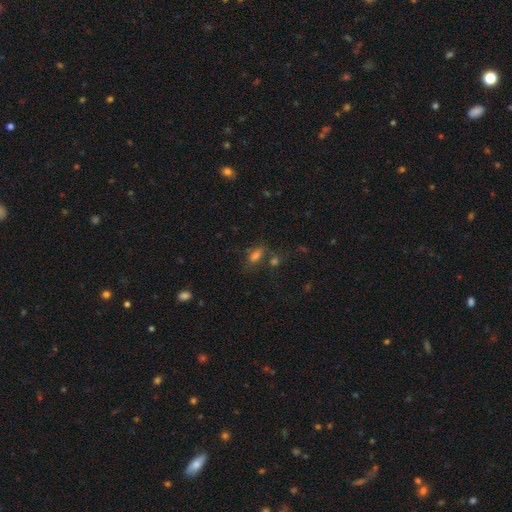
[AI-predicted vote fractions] A smooth galaxy with no disk features (61%) that is in between round and cigar-shaped (70%).

Vote fractions:
- Smooth or featured? smooth: 61% / star or artifact: 24% / featured or disk: 15%
- How rounded? in between: 70% / cigar-shaped: 19% / round: 11%
- Merging? none: 59% / minor disturbance: 16% / merger: 15% / major disturbance: 9%